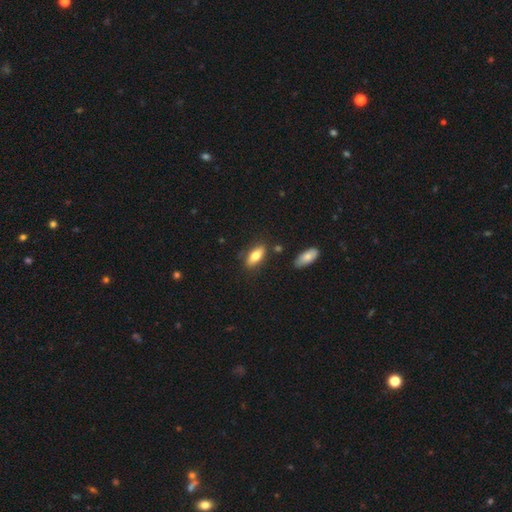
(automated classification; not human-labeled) Smooth or featured: smooth — 73% (featured or disk — 21%)
How rounded: in between — 77% (cigar-shaped — 20%)
Merging: none — 78% (minor disturbance — 14%)